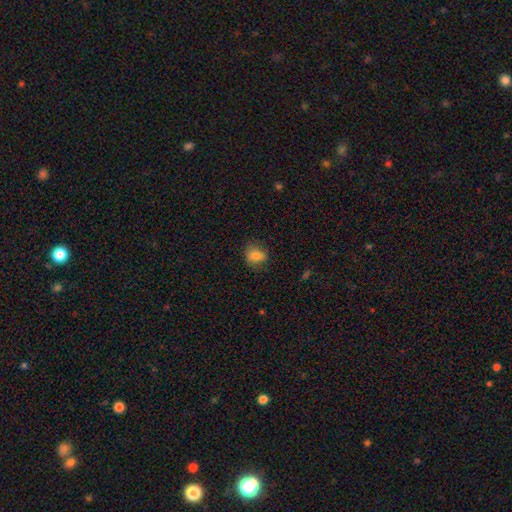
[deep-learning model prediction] This appears to be a smooth galaxy with no disk features (80%) that is round (55%). Merging: none (76%).